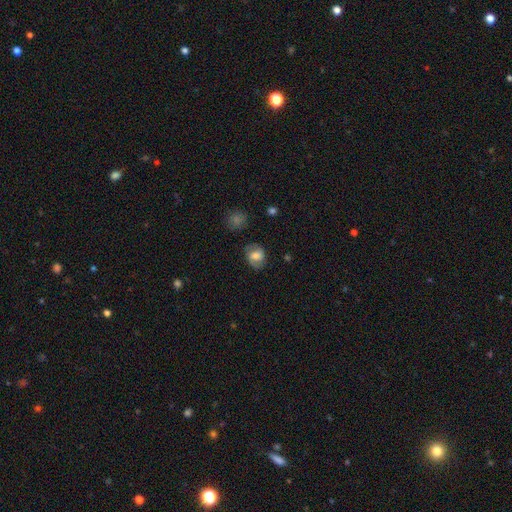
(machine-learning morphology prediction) This is possibly a smooth galaxy (47%). Merging: likely none (77%).